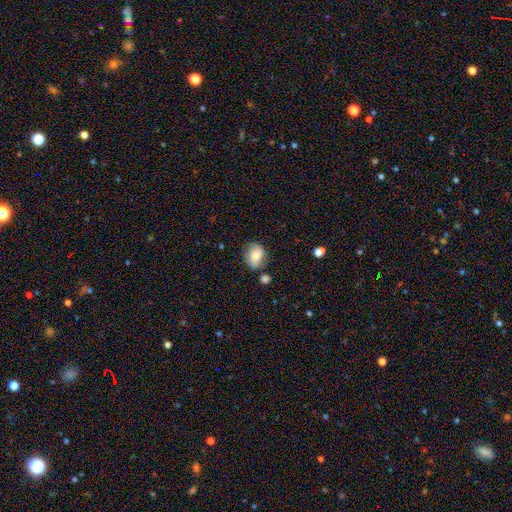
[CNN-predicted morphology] Smooth or featured? Predicted: smooth (p=0.72). How rounded? Predicted: in between (p=0.53). Merging? Predicted: none (p=0.62).